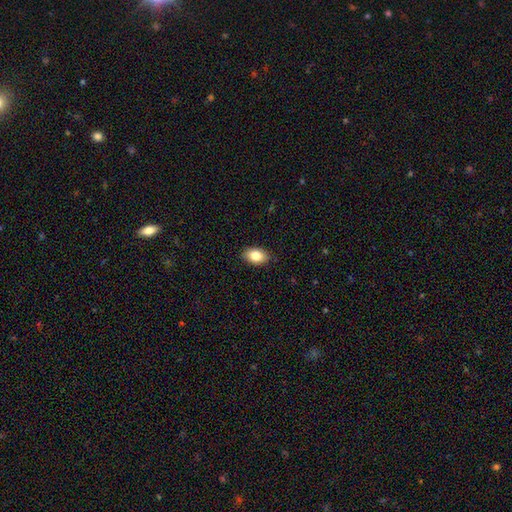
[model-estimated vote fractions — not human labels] A smooth galaxy with no disk features (83%) that is in between round and cigar-shaped (89%).

Vote fractions:
- Smooth or featured? smooth: 83% / featured or disk: 9% / star or artifact: 8%
- How rounded? in between: 89% / round: 10% / cigar-shaped: 2%
- Merging? none: 87% / minor disturbance: 10% / major disturbance: 2% / merger: 1%